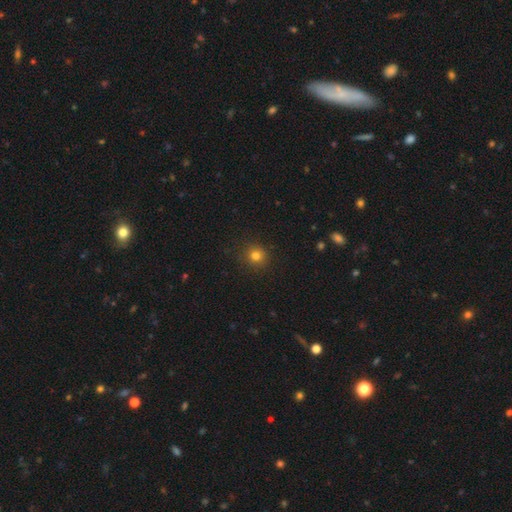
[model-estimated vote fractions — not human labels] smooth_or_featured: smooth (p=0.80) [alt: star or artifact p=0.14]
how_rounded: round (p=0.91) [alt: in between p=0.08]
merging: none (p=0.89) [alt: minor disturbance p=0.07]